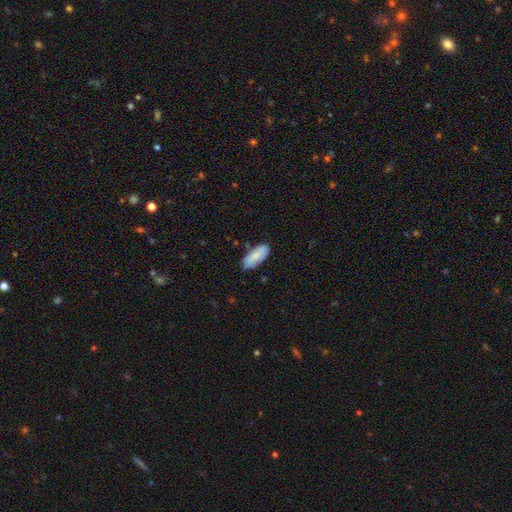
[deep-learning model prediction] smooth_or_featured: smooth (p=0.84) [alt: featured or disk p=0.10]
how_rounded: in between (p=0.86) [alt: cigar-shaped p=0.12]
merging: none (p=0.76) [alt: minor disturbance p=0.18]